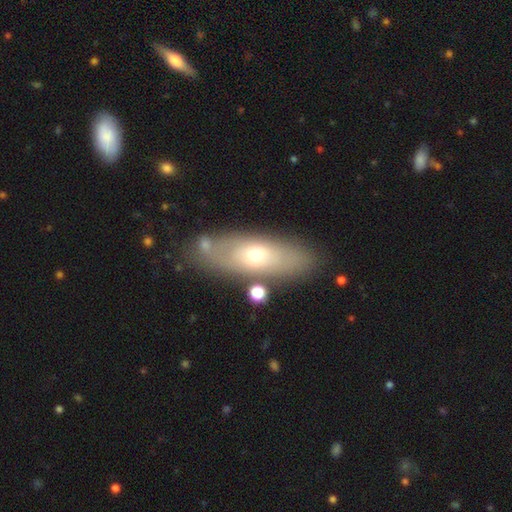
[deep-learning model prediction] The model was most divided on "smooth or featured": smooth: 49%, featured or disk: 43%, star or artifact: 8%. More confident: merging — none (74%).